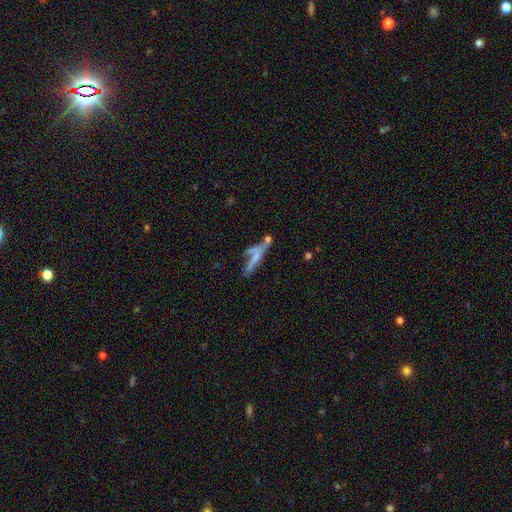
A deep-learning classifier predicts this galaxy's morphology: smooth 46%, featured or disk 45%, star or artifact 10%. Down the decision tree: merging — none (42%).